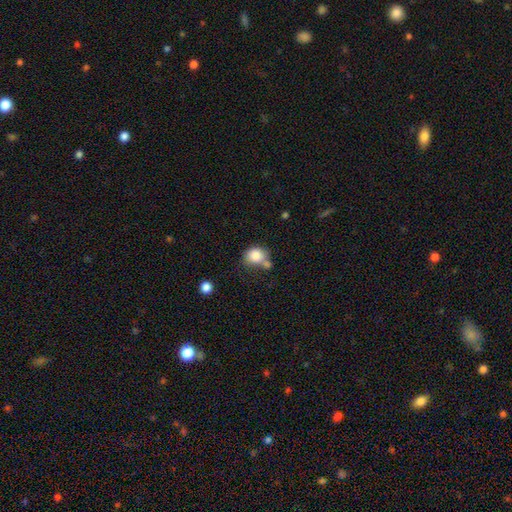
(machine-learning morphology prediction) A smooth galaxy with no disk features (83%) that is round (65%). Merging: none (45%).